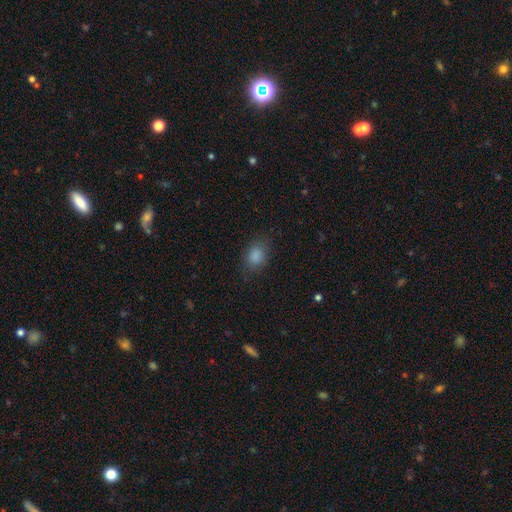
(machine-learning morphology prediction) Smooth or featured? Predicted: smooth (p=0.86). How rounded? Predicted: in between (p=0.60). Merging? Predicted: none (p=0.79).